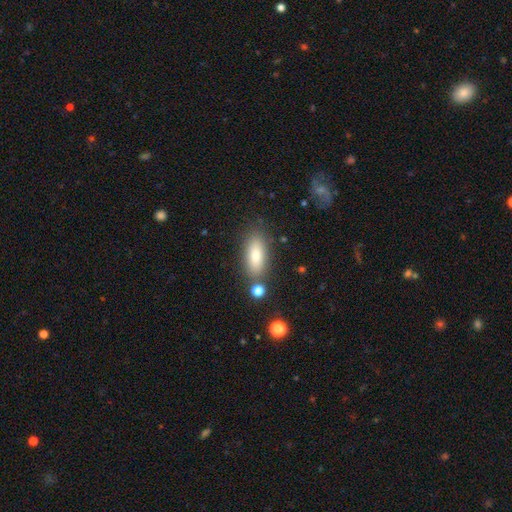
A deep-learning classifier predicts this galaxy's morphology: smooth 79%, featured or disk 13%, star or artifact 8%. Down the decision tree: how rounded — in between (79%); merging — none (77%).